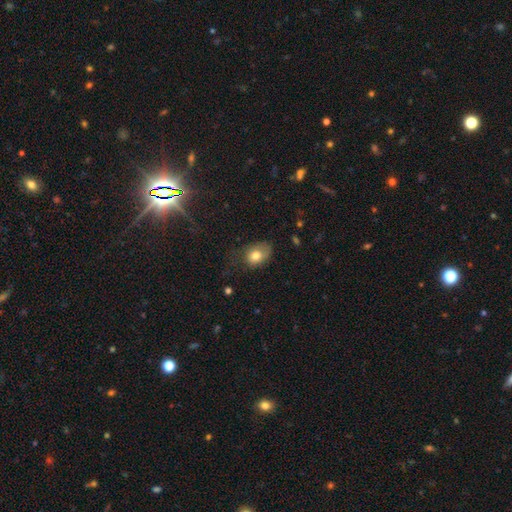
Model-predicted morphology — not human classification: smooth 78%, featured or disk 14%, star or artifact 8%. Down the decision tree: how rounded — in between (75%); merging — none (46%).